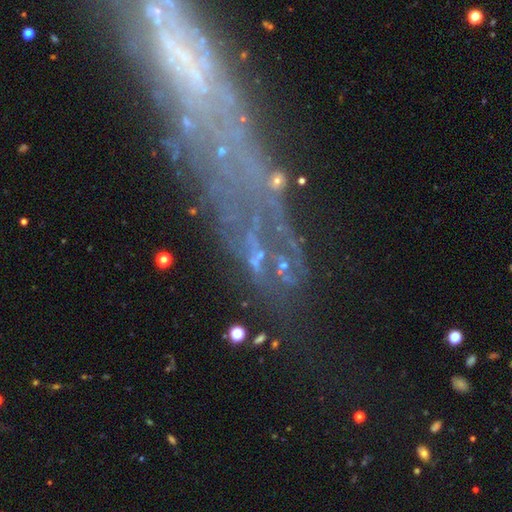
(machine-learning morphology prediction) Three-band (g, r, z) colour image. It shows a featured or disk galaxy (53%). Merging: none (39%).